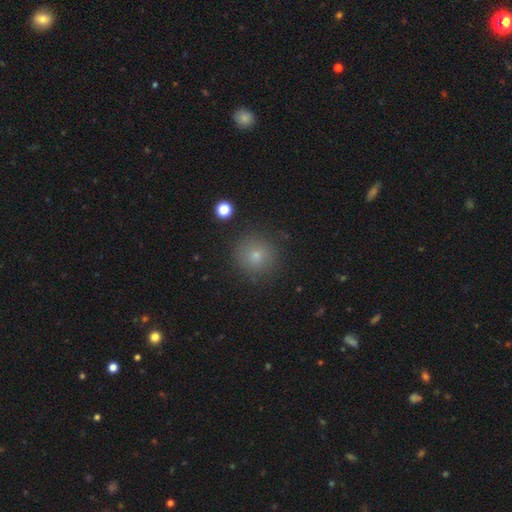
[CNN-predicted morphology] This appears to be a smooth galaxy with no disk features (76%) that is round (93%). Merging: none (86%).